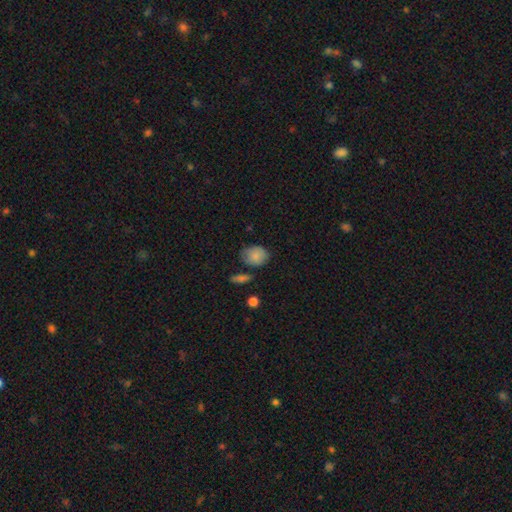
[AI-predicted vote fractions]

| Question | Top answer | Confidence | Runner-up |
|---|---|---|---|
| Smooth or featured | smooth | 84% | featured or disk (9%) |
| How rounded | in between | 54% | round (45%) |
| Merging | none | 64% | minor disturbance (25%) |